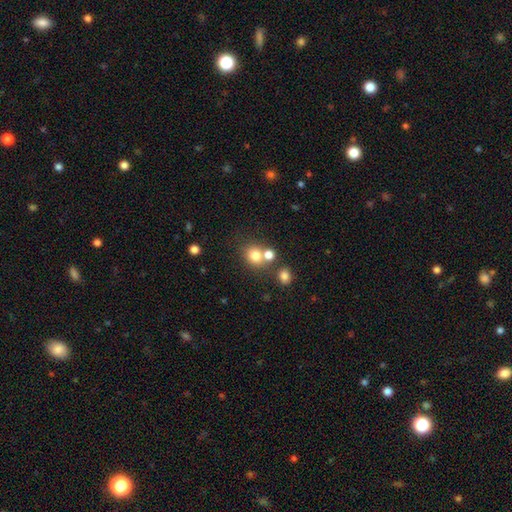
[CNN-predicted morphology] Smooth or featured? smooth (77%)
How rounded? round (75%)
Merging? none (54%)